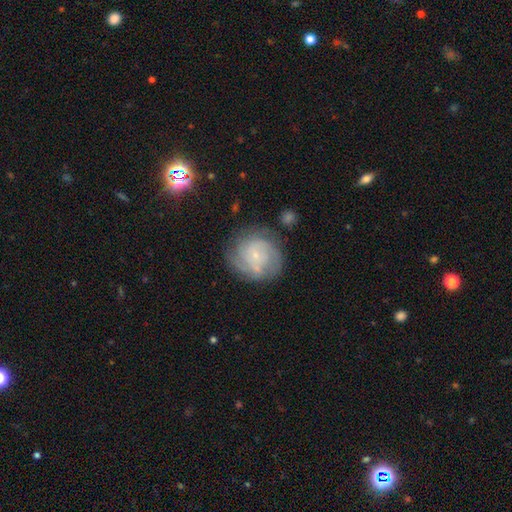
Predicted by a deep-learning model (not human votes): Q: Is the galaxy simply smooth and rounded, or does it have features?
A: featured or disk — 70%.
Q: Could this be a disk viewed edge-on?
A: no — 98%.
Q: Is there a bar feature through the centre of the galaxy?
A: no — 73%.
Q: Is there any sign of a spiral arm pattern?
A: yes — 88%.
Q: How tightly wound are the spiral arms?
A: tight — 56%.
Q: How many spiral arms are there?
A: can't tell — 37%.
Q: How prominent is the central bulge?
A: small — 82%.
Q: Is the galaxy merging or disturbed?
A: none — 70%.